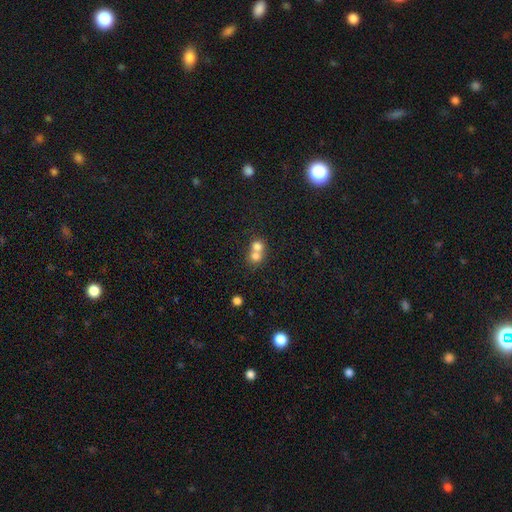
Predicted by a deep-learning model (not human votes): A smooth galaxy with no disk features (74%) that is round (78%). Merging: merger (68%).